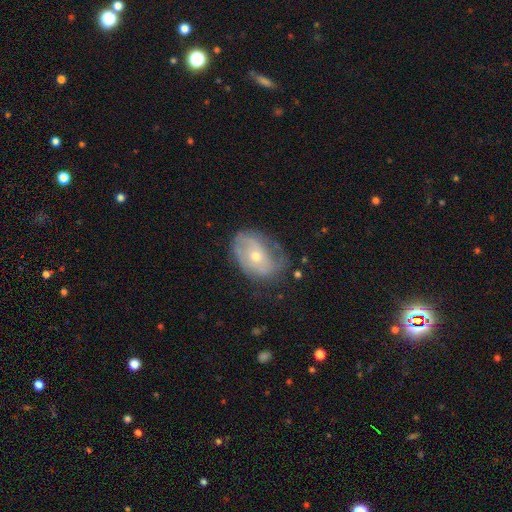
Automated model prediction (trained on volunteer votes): A featured or disk galaxy (61%) with no bar (68%), spiral arms (72%) and a moderate central bulge (50%).

Vote fractions:
- Smooth or featured? featured or disk: 61% / smooth: 31% / star or artifact: 8%
- Edge-on disk? no: 95% / yes: 5%
- Bar? no: 68% / weak: 25% / strong: 7%
- Spiral arms? yes: 72% / no: 28%
- Bulge size? moderate: 50% / small: 46% / large: 2% / none: 1% / dominant: 1%
- Merging? none: 57% / minor disturbance: 28% / major disturbance: 13% / merger: 2%